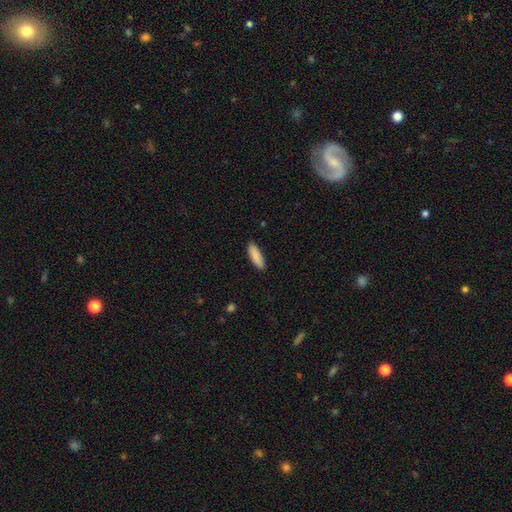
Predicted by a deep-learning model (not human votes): Smooth or featured? Predicted: smooth (p=0.89). How rounded? Predicted: cigar-shaped (p=0.53). Merging? Predicted: none (p=0.89).